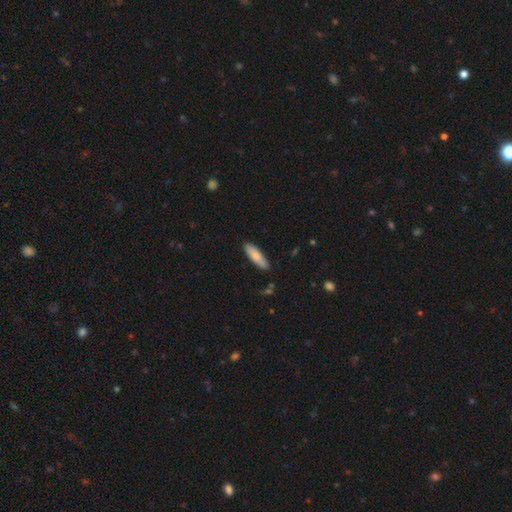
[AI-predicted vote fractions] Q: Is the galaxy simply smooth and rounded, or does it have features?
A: smooth — 80%.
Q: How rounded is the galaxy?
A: cigar-shaped — 60%.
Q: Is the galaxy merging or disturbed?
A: none — 85%.